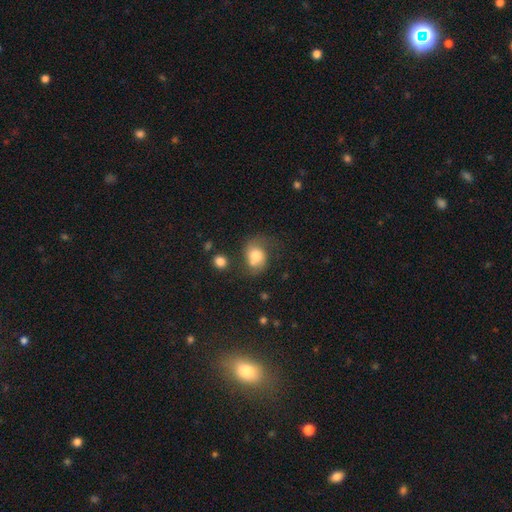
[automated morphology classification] This is likely a smooth galaxy (65%). How rounded: possibly in between (51%). Merging: marginally none (44%).